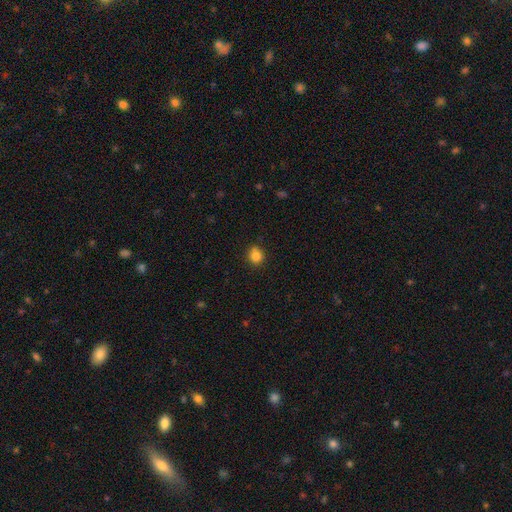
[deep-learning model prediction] A smooth galaxy with no disk features (83%) that is round (83%).

Vote fractions:
- Smooth or featured? smooth: 83% / star or artifact: 11% / featured or disk: 5%
- How rounded? round: 83% / in between: 16% / cigar-shaped: 1%
- Merging? none: 79% / minor disturbance: 15% / merger: 3% / major disturbance: 3%